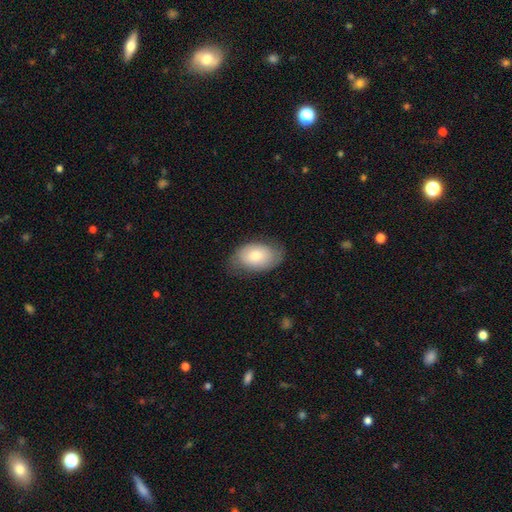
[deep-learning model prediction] Overall: smooth (73%). How rounded: in between (91%). Merging: none (72%).